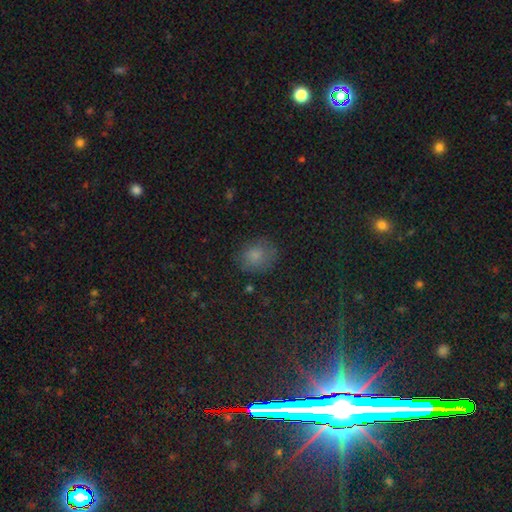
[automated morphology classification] Overall: smooth (76%). How rounded: round (63%; in between 35%). Merging: none (76%).